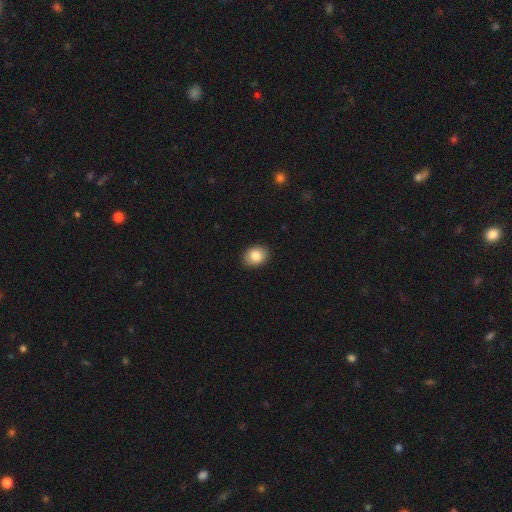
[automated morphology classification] smooth_or_featured: smooth (p=0.86) [alt: star or artifact p=0.08]
how_rounded: in between (p=0.61) [alt: round p=0.38]
merging: none (p=0.89) [alt: minor disturbance p=0.09]